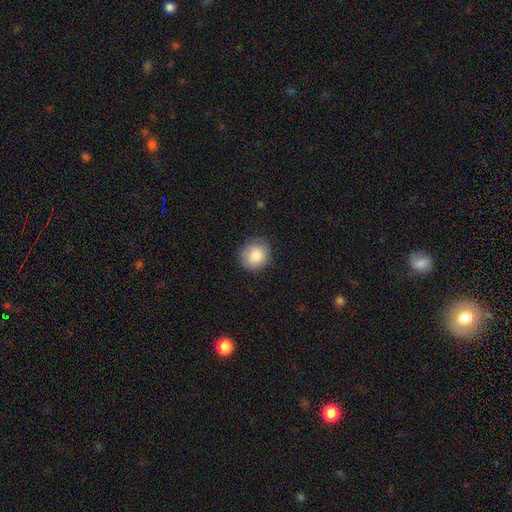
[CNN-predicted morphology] This is clearly a smooth galaxy (81%). How rounded: clearly round (84%). Merging: clearly none (80%).